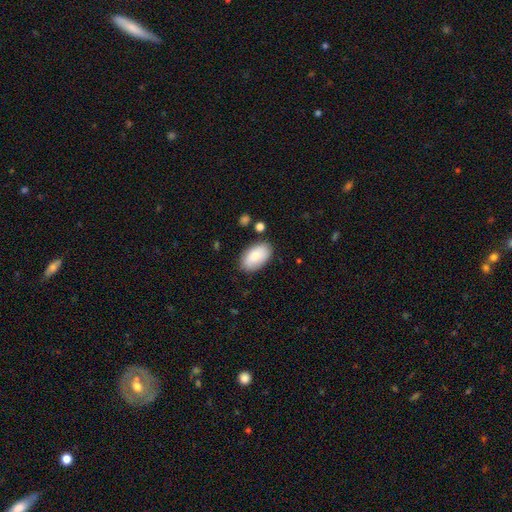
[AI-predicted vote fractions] This is clearly a smooth galaxy (86%). How rounded: clearly in between (95%). Merging: clearly none (82%).